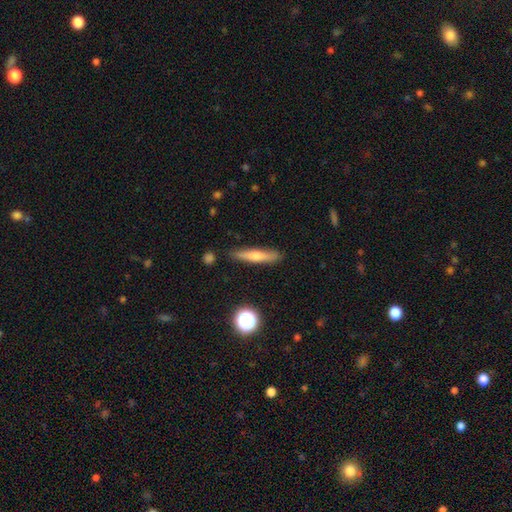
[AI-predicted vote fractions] smooth_or_featured: smooth (p=0.58) [alt: featured or disk p=0.33]
how_rounded: cigar-shaped (p=0.89) [alt: in between p=0.08]
merging: none (p=0.87) [alt: minor disturbance p=0.10]